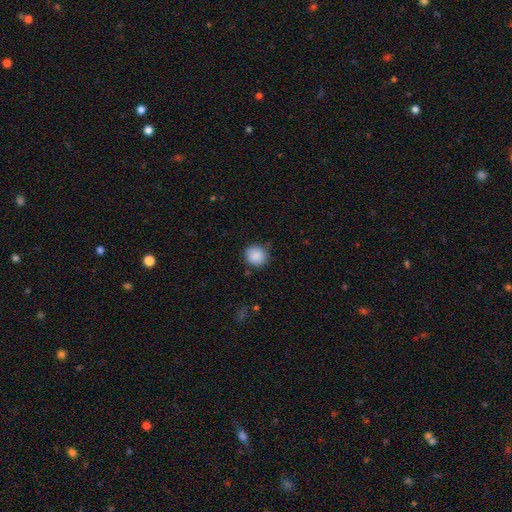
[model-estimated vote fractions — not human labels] smooth_or_featured: smooth (p=0.88) [alt: star or artifact p=0.08]
how_rounded: round (p=0.88) [alt: in between p=0.11]
merging: none (p=0.83) [alt: minor disturbance p=0.12]